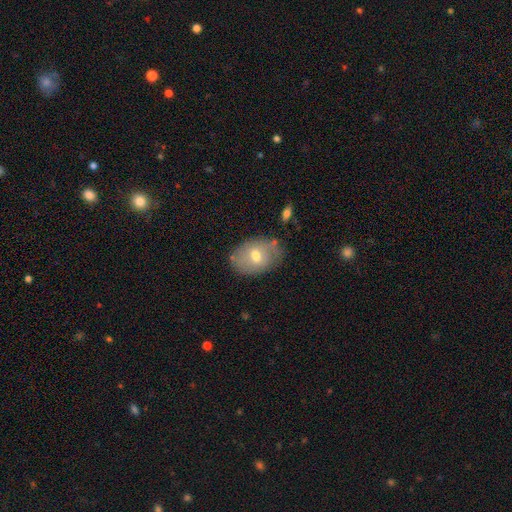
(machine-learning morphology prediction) A smooth galaxy with no disk features (61%) that is in between round and cigar-shaped (80%).

Vote fractions:
- Smooth or featured? smooth: 61% / featured or disk: 32% / star or artifact: 8%
- How rounded? in between: 80% / round: 19% / cigar-shaped: 1%
- Merging? none: 70% / minor disturbance: 21% / major disturbance: 5% / merger: 4%